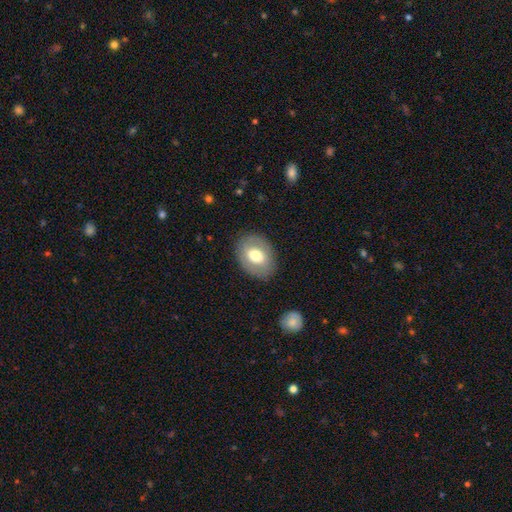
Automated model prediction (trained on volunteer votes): A smooth galaxy with no disk features (63%) that is in between round and cigar-shaped (72%).

Vote fractions:
- Smooth or featured? smooth: 63% / featured or disk: 30% / star or artifact: 7%
- How rounded? in between: 72% / round: 27% / cigar-shaped: 1%
- Merging? none: 84% / minor disturbance: 11% / major disturbance: 4% / merger: 1%